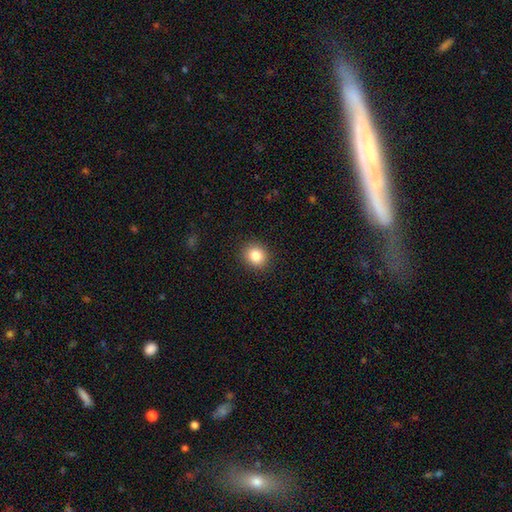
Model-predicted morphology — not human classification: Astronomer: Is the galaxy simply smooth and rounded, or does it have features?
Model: smooth — 84%.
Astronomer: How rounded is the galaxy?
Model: round — 80%.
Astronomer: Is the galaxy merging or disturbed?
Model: none — 91%.